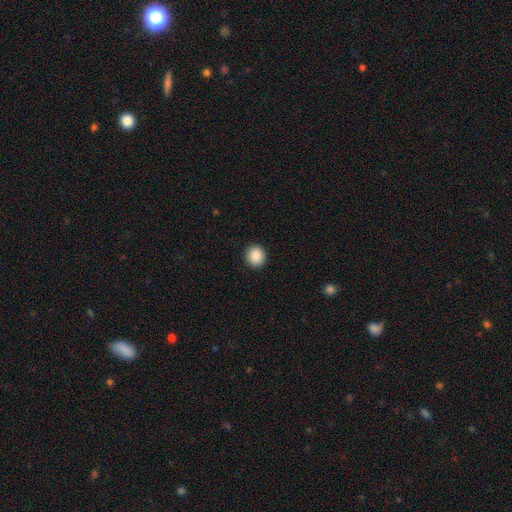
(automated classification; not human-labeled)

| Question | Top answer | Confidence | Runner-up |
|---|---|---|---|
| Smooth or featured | smooth | 89% | star or artifact (8%) |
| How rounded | round | 88% | in between (11%) |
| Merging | none | 92% | minor disturbance (5%) |